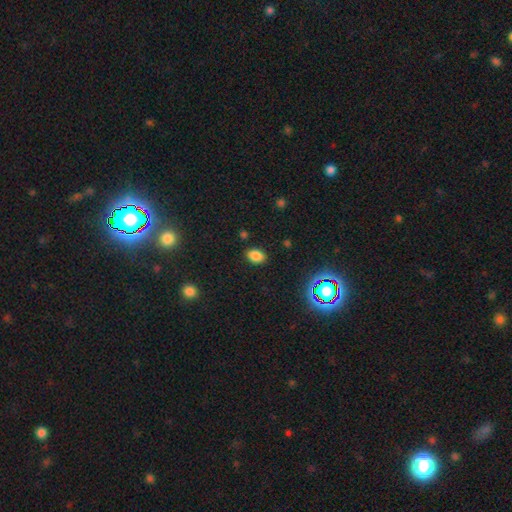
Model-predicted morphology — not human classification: smooth_or_featured: smooth (p=0.81) [alt: star or artifact p=0.14]
how_rounded: in between (p=0.79) [alt: round p=0.20]
merging: none (p=0.86) [alt: minor disturbance p=0.09]